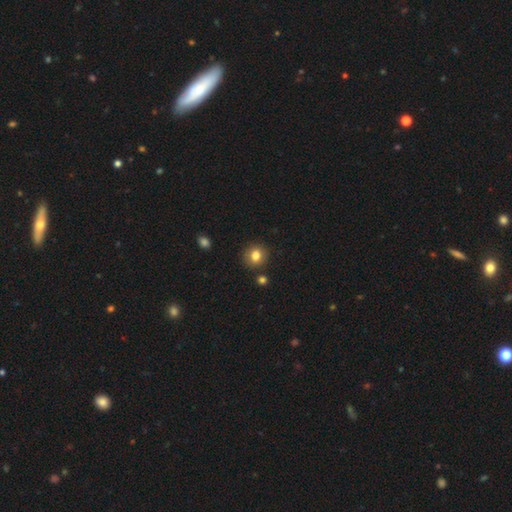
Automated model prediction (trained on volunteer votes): Morphology: type=smooth (81%); roundness=round (80%); merging=none (85%).